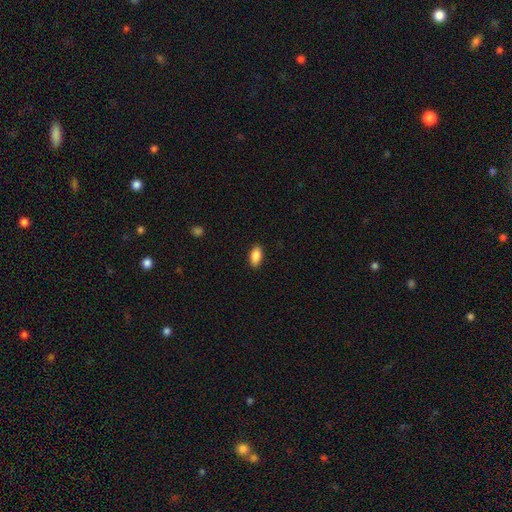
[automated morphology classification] A smooth galaxy with no disk features (87%) that is in between round and cigar-shaped (92%).

Vote fractions:
- Smooth or featured? smooth: 87% / star or artifact: 7% / featured or disk: 6%
- How rounded? in between: 92% / cigar-shaped: 4% / round: 4%
- Merging? none: 89% / minor disturbance: 8% / major disturbance: 2% / merger: 1%